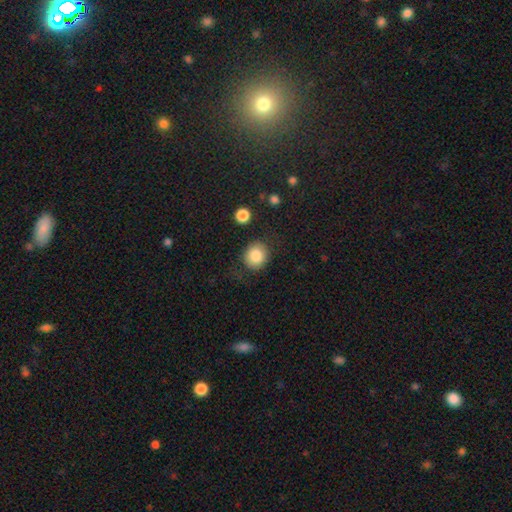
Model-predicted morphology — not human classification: Smooth or featured? smooth (85%)
How rounded? round (79%)
Merging? none (80%)